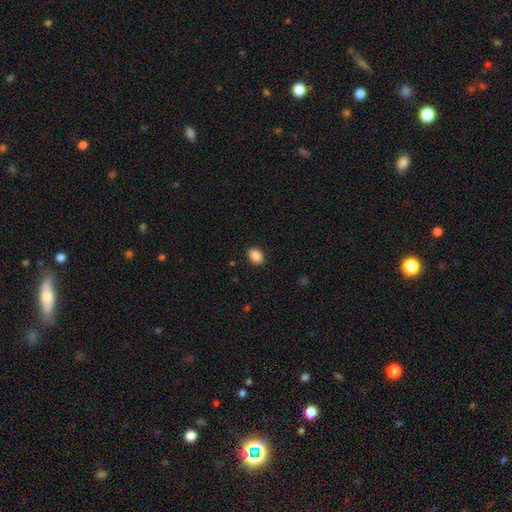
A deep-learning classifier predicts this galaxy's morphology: Overall: smooth (89%). How rounded: in between (80%). Merging: none (89%).